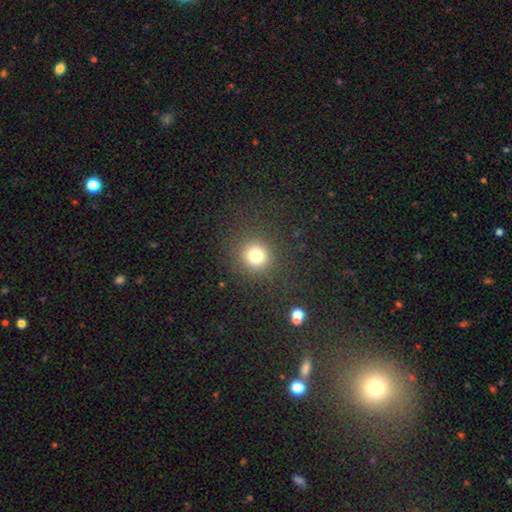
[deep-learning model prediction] A smooth galaxy with no disk features (77%) that is round (92%).

Vote fractions:
- Smooth or featured? smooth: 77% / star or artifact: 16% / featured or disk: 7%
- How rounded? round: 92% / in between: 7% / cigar-shaped: 1%
- Merging? none: 88% / minor disturbance: 7% / major disturbance: 4% / merger: 1%